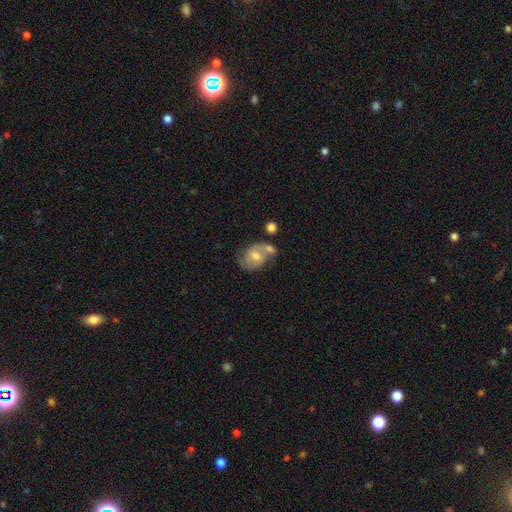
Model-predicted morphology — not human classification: Smooth or featured? Predicted: featured or disk (p=0.56). Edge-on disk? Predicted: no (p=0.96). Bar? Predicted: no (p=0.55). Spiral arms? Predicted: yes (p=0.74). Bulge size? Predicted: moderate (p=0.66). Merging? Predicted: none (p=0.41).